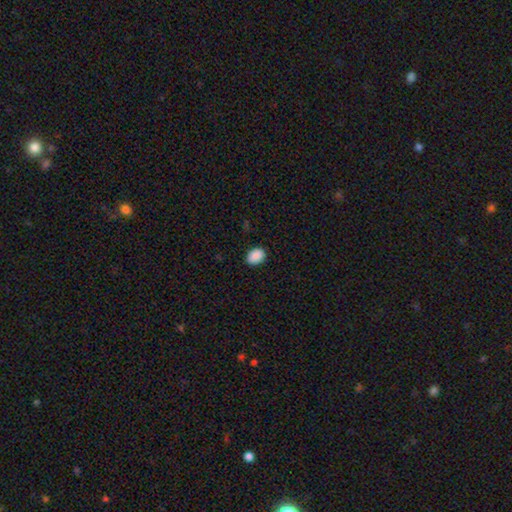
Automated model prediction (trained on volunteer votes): smooth_or_featured: smooth (p=0.90) [alt: star or artifact p=0.08]
how_rounded: in between (p=0.66) [alt: round p=0.33]
merging: none (p=0.89) [alt: minor disturbance p=0.08]